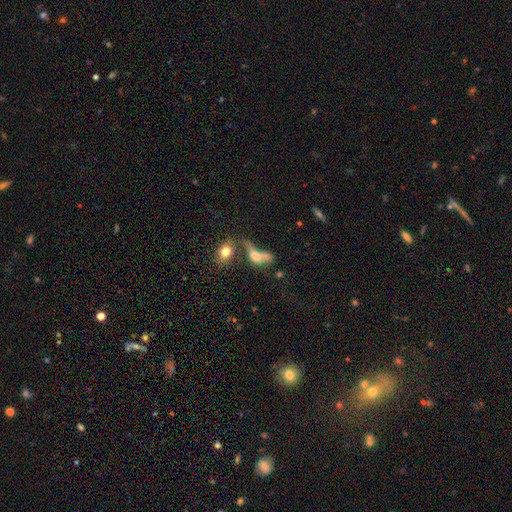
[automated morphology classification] The model was most divided on "smooth or featured": smooth: 58%, featured or disk: 29%, star or artifact: 14%. More confident: how rounded — in between (68%); merging — merger (50%).